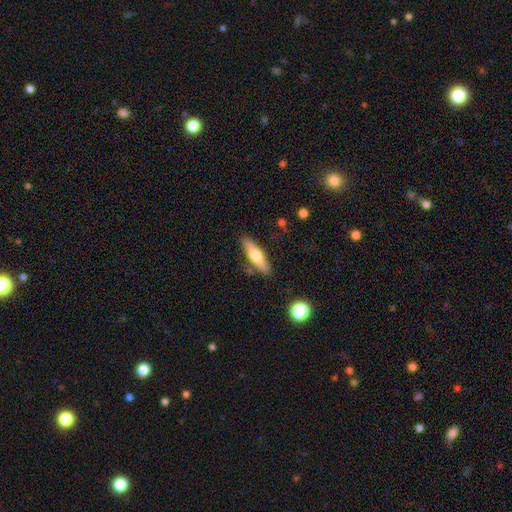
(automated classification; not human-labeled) Smooth or featured? smooth (58%)
How rounded? cigar-shaped (64%)
Merging? none (83%)